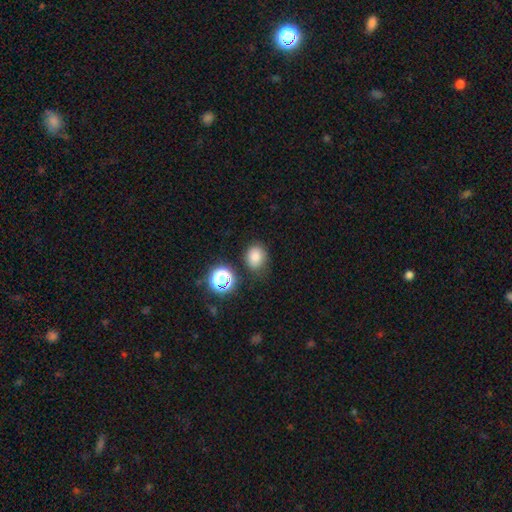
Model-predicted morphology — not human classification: Smooth or featured? Predicted: smooth (p=0.78). How rounded? Predicted: round (p=0.54). Merging? Predicted: none (p=0.73).